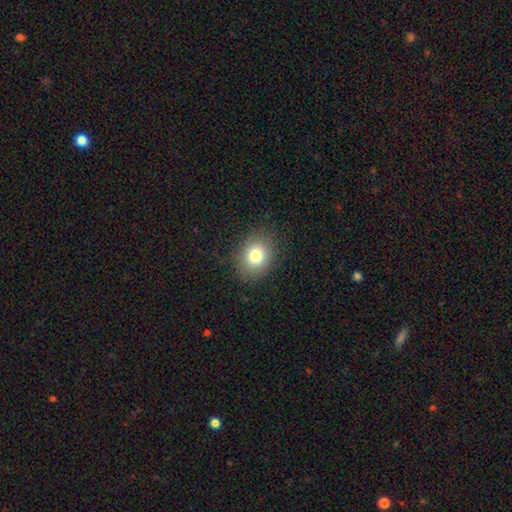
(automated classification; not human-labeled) A smooth galaxy with no disk features (79%) that is in between round and cigar-shaped (50%). Merging: none (86%).